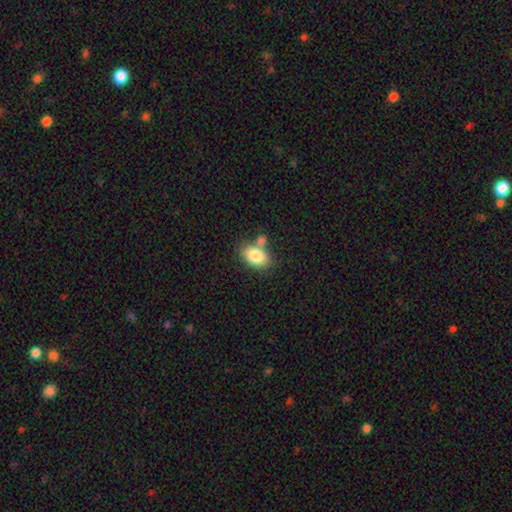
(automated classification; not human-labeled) A smooth galaxy with no disk features (82%) that is in between round and cigar-shaped (88%). Merging: none (57%).